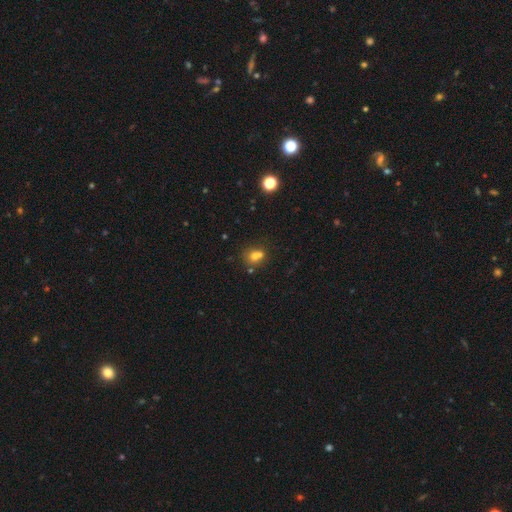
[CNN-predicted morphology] Smooth or featured: smooth — 70% (star or artifact — 16%)
How rounded: round — 63% (in between — 36%)
Merging: merger — 42% (none — 40%)